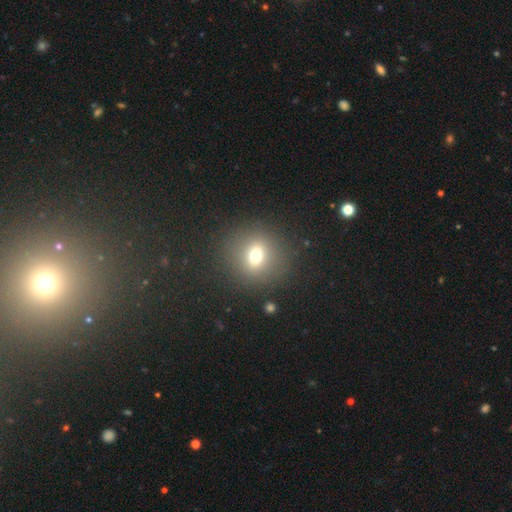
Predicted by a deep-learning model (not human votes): Q: Smooth or featured?
A: smooth (70%); runner-up: star or artifact (17%)
Q: How rounded?
A: round (81%); runner-up: in between (18%)
Q: Merging?
A: none (86%); runner-up: minor disturbance (8%)